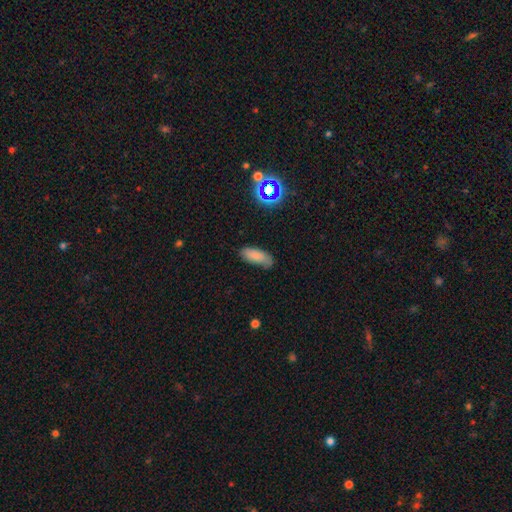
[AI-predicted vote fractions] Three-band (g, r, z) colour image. It shows a smooth galaxy with no disk features (77%) that is in between round and cigar-shaped (78%). Merging: none (66%).